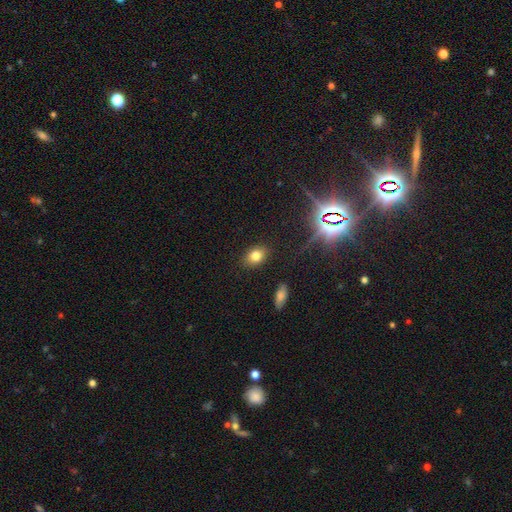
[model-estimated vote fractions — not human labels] smooth 77%, star or artifact 13%, featured or disk 9%. Down the decision tree: how rounded — in between (69%); merging — none (86%).